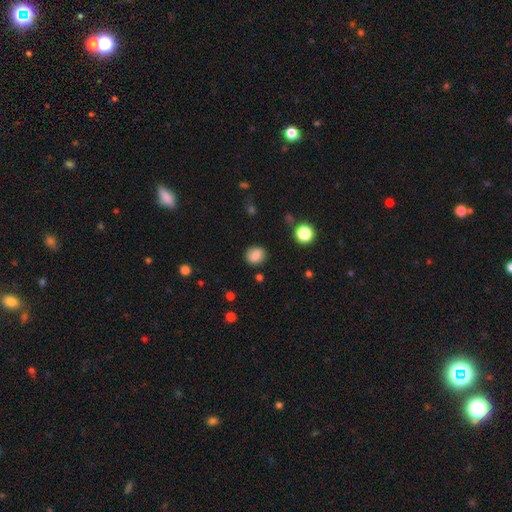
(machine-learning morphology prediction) Smooth or featured?
  - smooth: 81% *
  - star or artifact: 10%
  - featured or disk: 9%
How rounded?
  - round: 79% *
  - in between: 20%
  - cigar-shaped: 1%
Merging?
  - none: 87% *
  - minor disturbance: 9%
  - major disturbance: 3%
  - merger: 2%